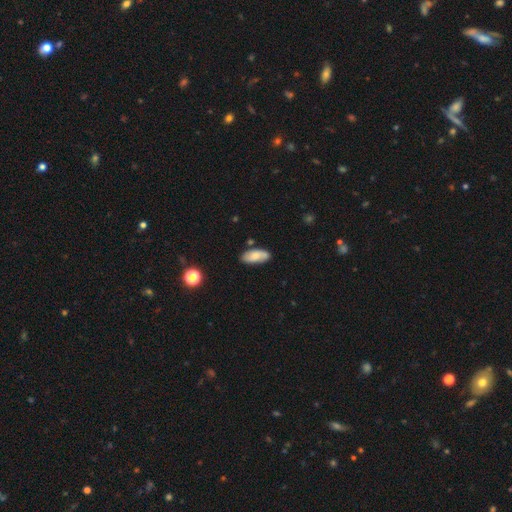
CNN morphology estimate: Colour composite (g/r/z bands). It shows a smooth galaxy with no disk features (71%) that is in between round and cigar-shaped (86%). Merging: none (78%).